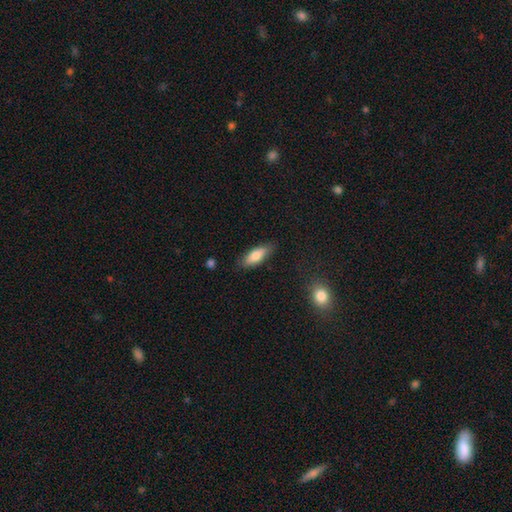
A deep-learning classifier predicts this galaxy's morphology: Q: Smooth or featured?
A: smooth (79%); runner-up: featured or disk (15%)
Q: How rounded?
A: in between (72%); runner-up: cigar-shaped (25%)
Q: Merging?
A: none (80%); runner-up: minor disturbance (15%)